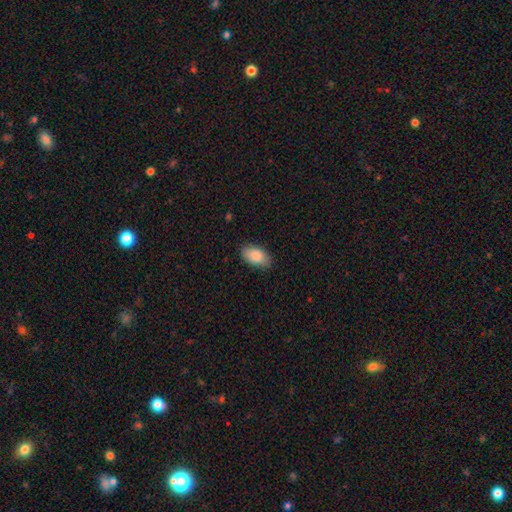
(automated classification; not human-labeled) This appears to be a smooth galaxy with no disk features (87%) that is in between round and cigar-shaped (94%). Merging: none (83%).